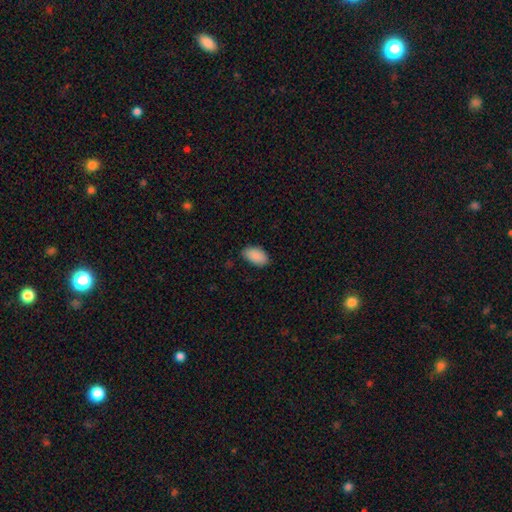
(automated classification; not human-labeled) Overall: smooth (90%). How rounded: in between (95%). Merging: none (83%).